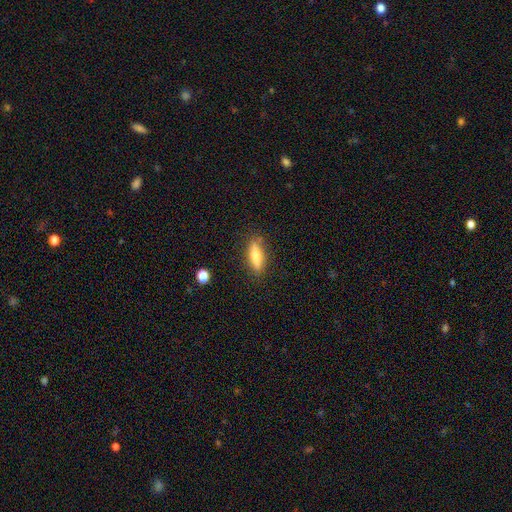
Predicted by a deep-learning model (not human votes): Overall: smooth (65%; featured or disk 28%). How rounded: cigar-shaped (60%; in between 38%). Merging: none (85%).